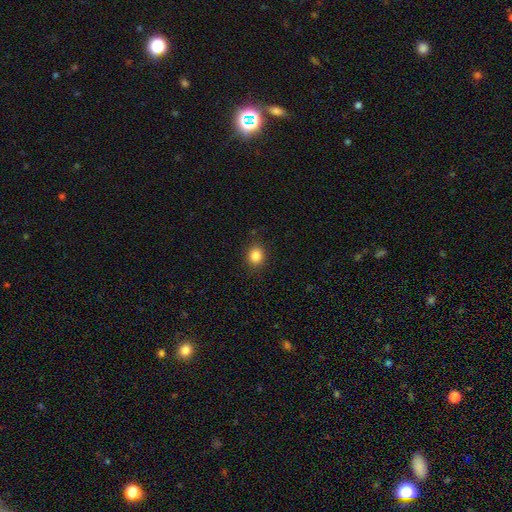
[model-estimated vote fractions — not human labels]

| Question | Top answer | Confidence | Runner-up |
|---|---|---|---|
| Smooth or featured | smooth | 85% | star or artifact (11%) |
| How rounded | round | 77% | in between (22%) |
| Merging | none | 88% | minor disturbance (8%) |